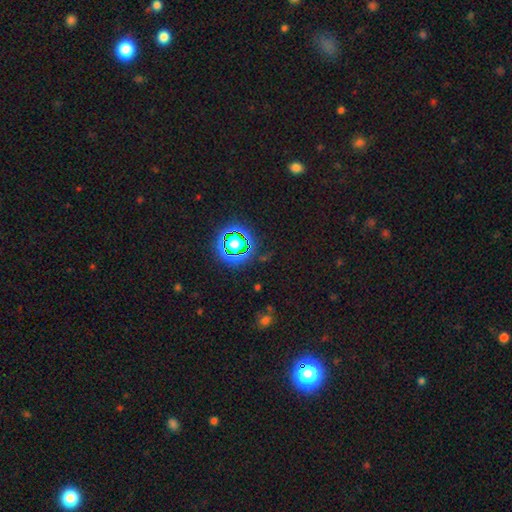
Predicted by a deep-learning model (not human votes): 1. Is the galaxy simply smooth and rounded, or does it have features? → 74% star or artifact, 19% smooth, 7% featured or disk.